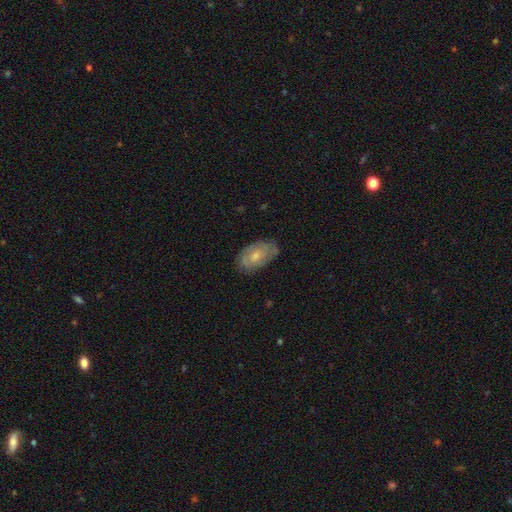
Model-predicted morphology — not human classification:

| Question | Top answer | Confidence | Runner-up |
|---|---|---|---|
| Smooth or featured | smooth | 50% | featured or disk (43%) |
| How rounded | in between | 92% | round (6%) |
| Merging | none | 72% | minor disturbance (22%) |